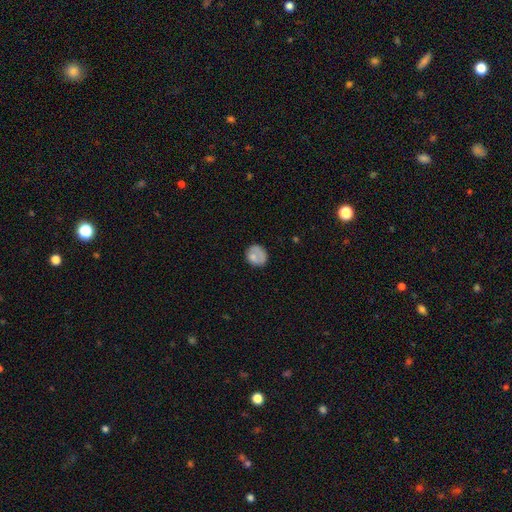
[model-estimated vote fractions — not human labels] Overall: smooth (68%). How rounded: round (75%). Merging: none (67%).